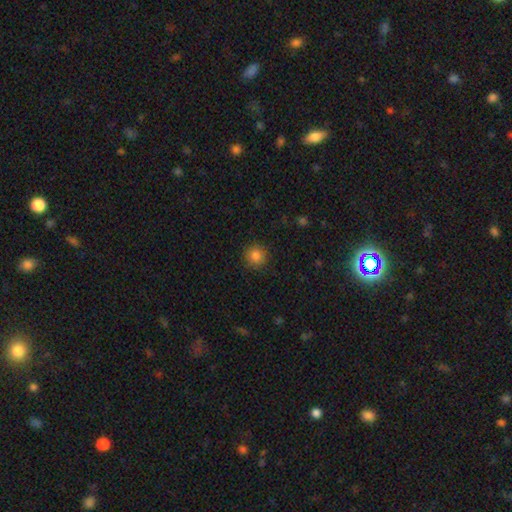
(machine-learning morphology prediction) The model was most divided on "smooth or featured": smooth: 83%, star or artifact: 11%, featured or disk: 6%. More confident: how rounded — round (94%); merging — none (91%).